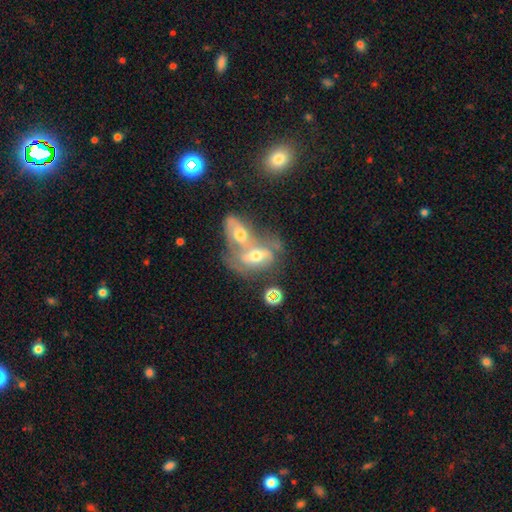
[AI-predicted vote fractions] Smooth or featured?
  - featured or disk: 60% *
  - smooth: 30%
  - star or artifact: 10%
Edge-on disk?
  - no: 91% *
  - yes: 9%
Bar?
  - no: 47% *
  - weak: 35%
  - strong: 18%
Spiral arms?
  - yes: 65% *
  - no: 35%
Bulge size?
  - moderate: 69% *
  - small: 20%
  - large: 8%
  - none: 2%
  - dominant: 1%
Merging?
  - merger: 75% *
  - none: 13%
  - minor disturbance: 6%
  - major disturbance: 6%